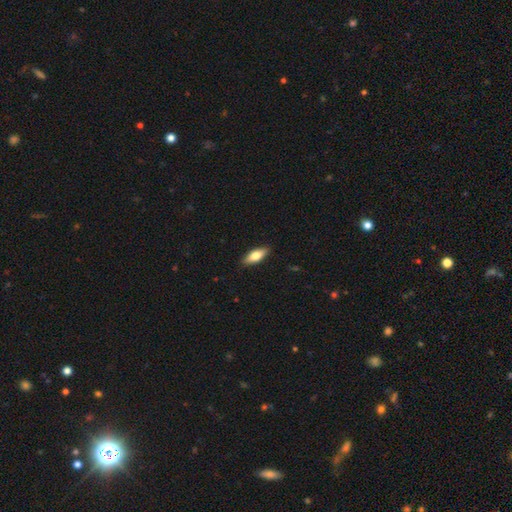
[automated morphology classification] Smooth or featured?
  - smooth: 72% *
  - featured or disk: 22%
  - star or artifact: 6%
How rounded?
  - in between: 73% *
  - cigar-shaped: 25%
  - round: 2%
Merging?
  - none: 89% *
  - minor disturbance: 9%
  - major disturbance: 2%
  - merger: 1%